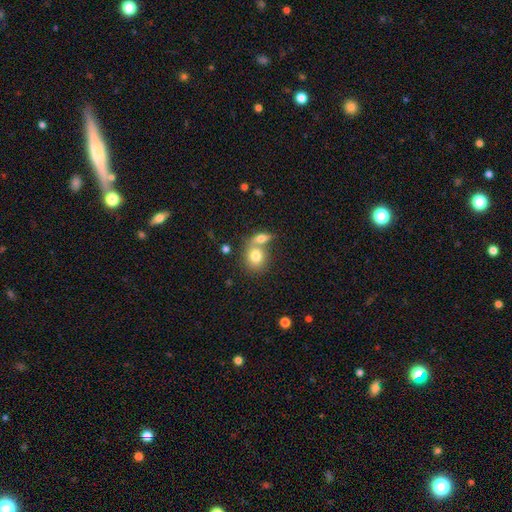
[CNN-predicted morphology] Q: Smooth or featured?
A: smooth (78%); runner-up: featured or disk (14%)
Q: How rounded?
A: round (60%); runner-up: in between (39%)
Q: Merging?
A: merger (53%); runner-up: none (35%)